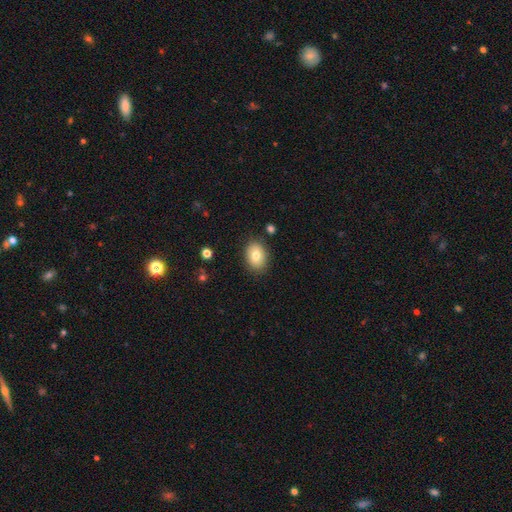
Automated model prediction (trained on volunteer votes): smooth-or-featured: smooth: 78% | featured or disk: 14% | star or artifact: 9%
  how-rounded: in between: 71% | round: 28% | cigar-shaped: 1%
  merging: none: 84% | minor disturbance: 11% | major disturbance: 3% | merger: 2%